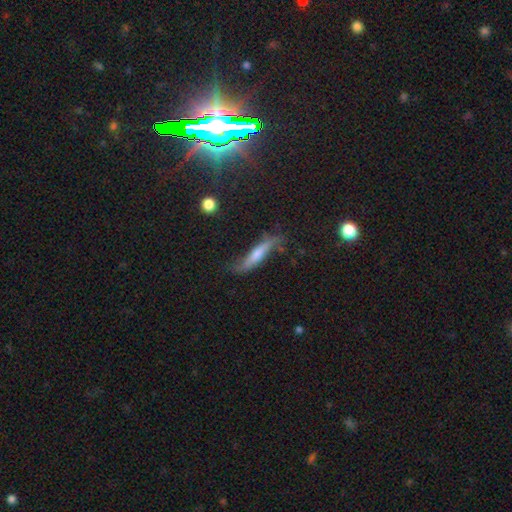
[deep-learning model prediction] The model was most divided on "smooth or featured": featured or disk: 46%, smooth: 45%, star or artifact: 8%. More confident: merging — none (57%).